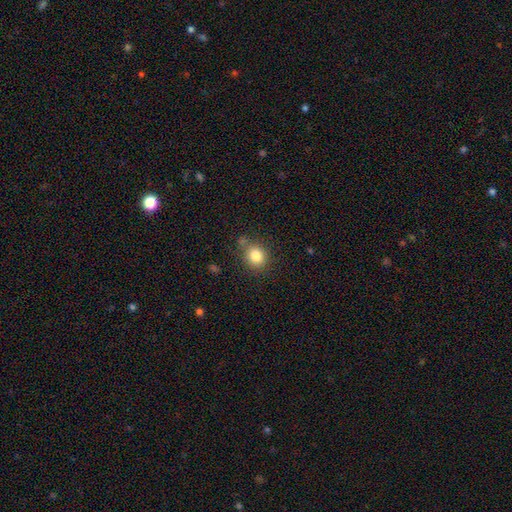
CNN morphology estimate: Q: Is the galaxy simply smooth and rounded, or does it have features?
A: smooth — 83%.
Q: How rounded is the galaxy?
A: round — 73%.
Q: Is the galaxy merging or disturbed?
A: none — 73%.